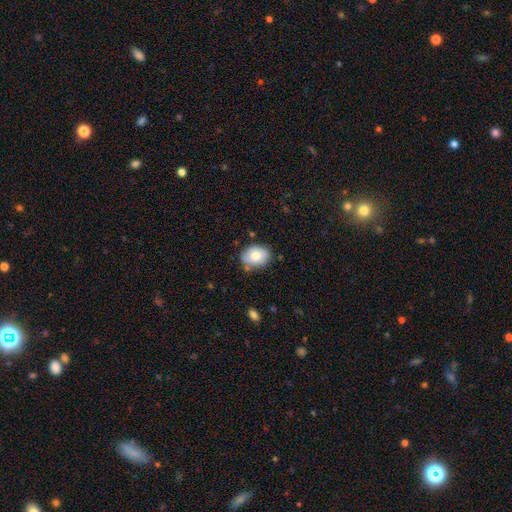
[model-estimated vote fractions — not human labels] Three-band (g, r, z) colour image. It shows a smooth galaxy with no disk features (79%) that is in between round and cigar-shaped (69%). Merging: none (75%).